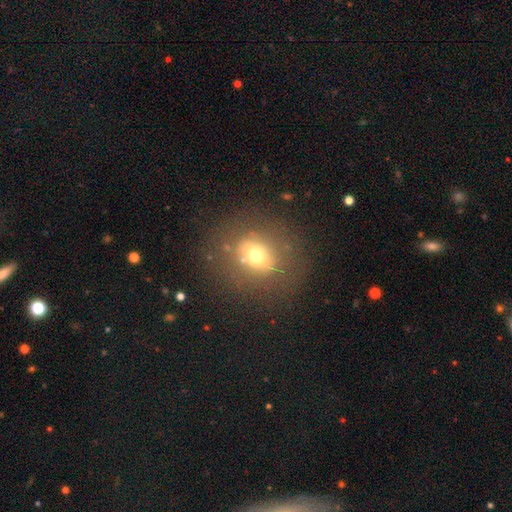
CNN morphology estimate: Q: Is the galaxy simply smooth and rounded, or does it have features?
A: smooth — 63%.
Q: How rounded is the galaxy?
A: round — 69%.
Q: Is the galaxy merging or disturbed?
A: none — 75%.